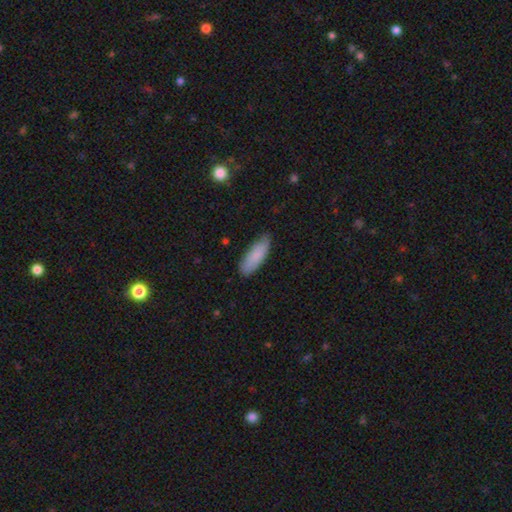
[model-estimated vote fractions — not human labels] Smooth or featured? Predicted: smooth (p=0.86). How rounded? Predicted: in between (p=0.63). Merging? Predicted: none (p=0.77).